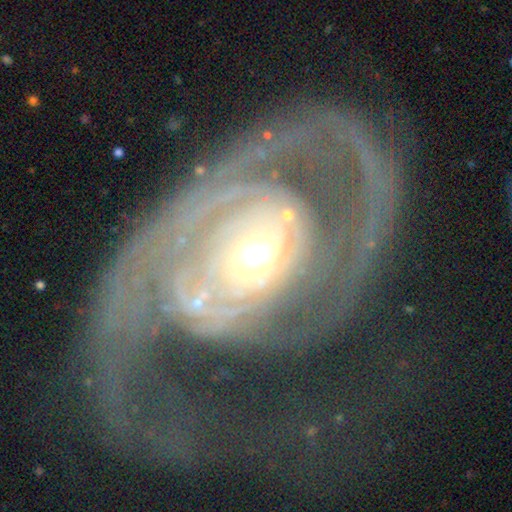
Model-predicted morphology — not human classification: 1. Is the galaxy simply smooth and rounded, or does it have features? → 88% featured or disk, 7% smooth, 5% star or artifact.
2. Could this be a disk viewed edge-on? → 97% no, 3% yes.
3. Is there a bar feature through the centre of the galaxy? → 68% no, 22% weak, 10% strong.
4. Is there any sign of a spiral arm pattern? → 87% yes, 13% no.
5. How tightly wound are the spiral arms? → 43% tight, 35% medium, 21% loose.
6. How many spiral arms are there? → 48% 2, 18% can't tell, 12% 1, 10% 3, 6% 4, 6% more than 4.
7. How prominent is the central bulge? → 66% moderate, 21% small, 10% large, 2% dominant, 1% none.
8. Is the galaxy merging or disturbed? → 44% major disturbance, 33% none, 17% minor disturbance, 7% merger.